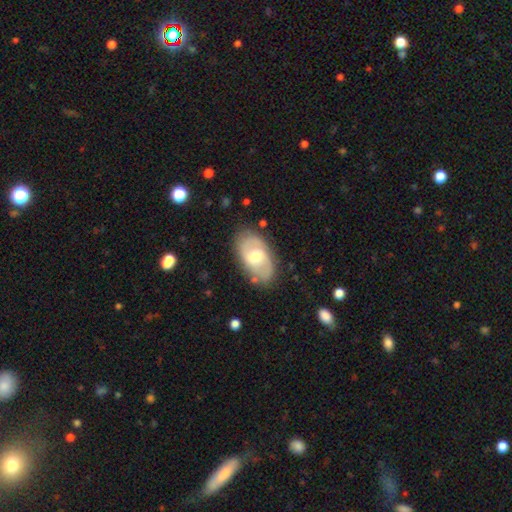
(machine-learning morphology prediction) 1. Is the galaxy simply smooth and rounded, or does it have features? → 60% featured or disk, 34% smooth, 6% star or artifact.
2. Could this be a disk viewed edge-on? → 93% no, 7% yes.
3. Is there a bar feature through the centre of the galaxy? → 51% weak, 33% no, 16% strong.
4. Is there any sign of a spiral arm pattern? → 67% yes, 33% no.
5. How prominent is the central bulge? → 67% moderate, 18% small, 12% large, 1% none, 1% dominant.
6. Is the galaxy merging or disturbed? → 79% none, 15% minor disturbance, 4% major disturbance, 2% merger.